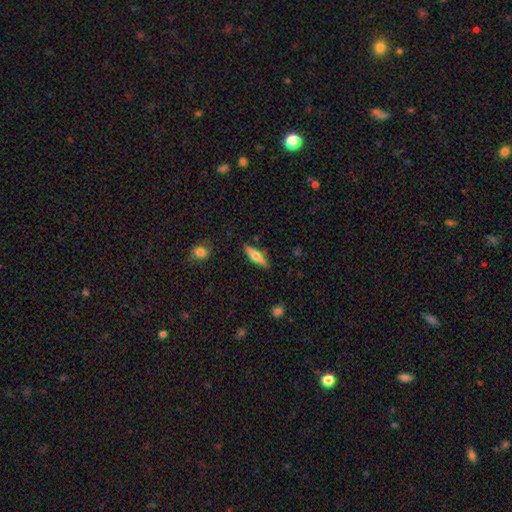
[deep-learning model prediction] Smooth or featured? smooth (48%)
Merging? none (88%)